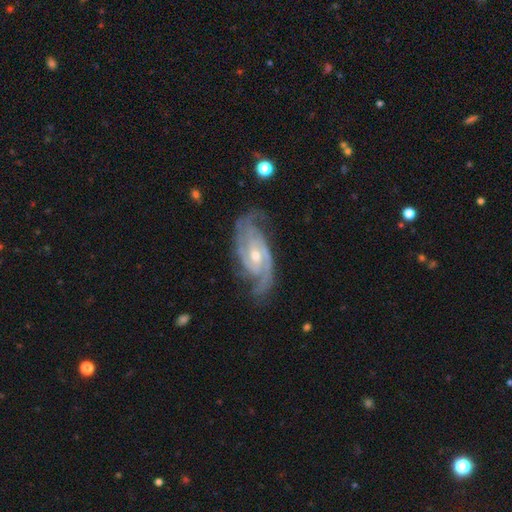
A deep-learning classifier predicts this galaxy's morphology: type=featured or disk (92%); edge-on=no (96%); bar=no (44%); spiral arms=yes (98%); winding=tight (52%); arm count=2 (51%); bulge=moderate (53%); merging=none (73%).